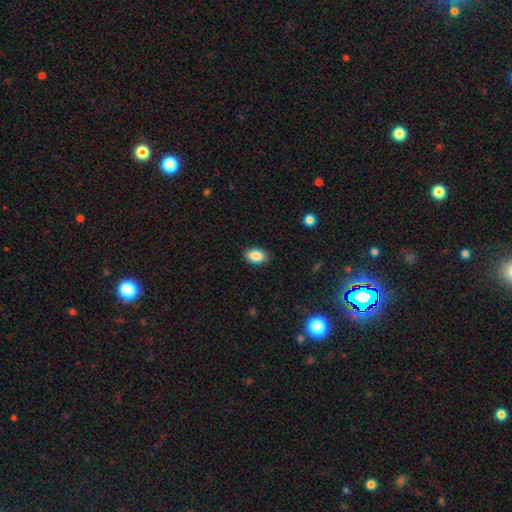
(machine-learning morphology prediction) smooth-or-featured: smooth: 88% | star or artifact: 8% | featured or disk: 4%
  how-rounded: in between: 87% | round: 11% | cigar-shaped: 1%
  merging: none: 89% | minor disturbance: 8% | major disturbance: 2% | merger: 1%